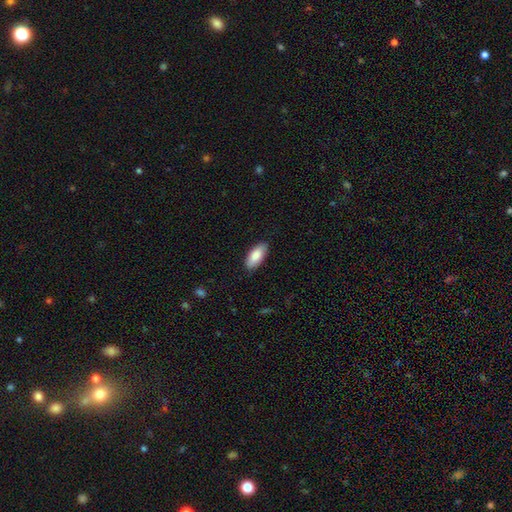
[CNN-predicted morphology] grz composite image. It shows a smooth galaxy with no disk features (86%) that is in between round and cigar-shaped (87%). Merging: none (86%).